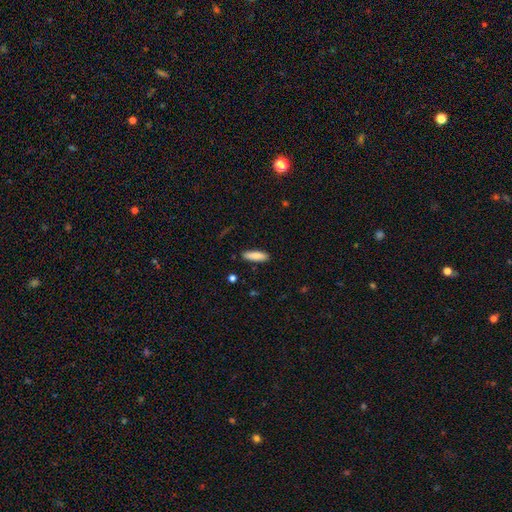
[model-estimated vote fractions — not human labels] Smooth or featured? smooth (86%)
How rounded? cigar-shaped (55%)
Merging? none (87%)